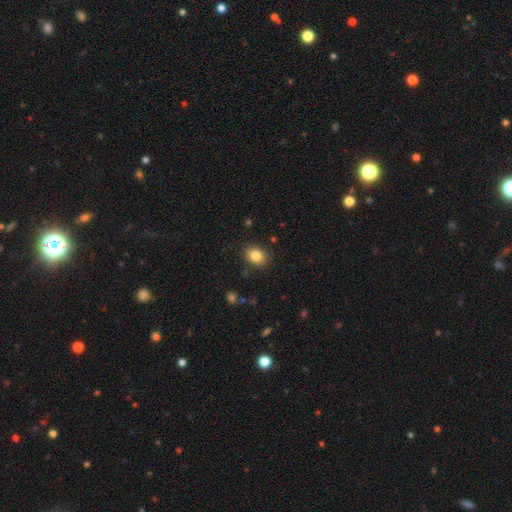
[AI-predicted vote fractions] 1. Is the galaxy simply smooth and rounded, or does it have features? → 85% smooth, 9% star or artifact, 6% featured or disk.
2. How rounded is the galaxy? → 60% in between, 39% round, 1% cigar-shaped.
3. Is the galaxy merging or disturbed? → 87% none, 9% minor disturbance, 3% major disturbance, 1% merger.